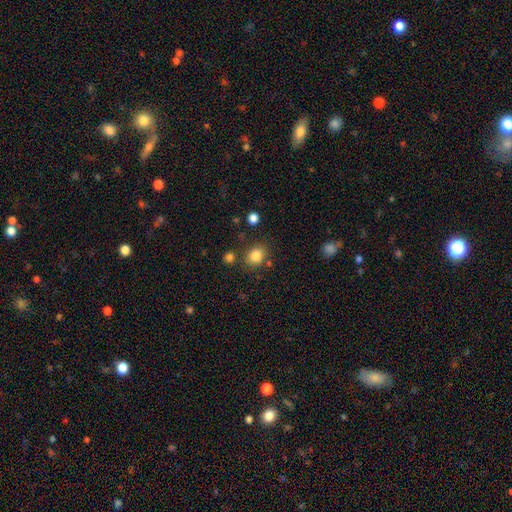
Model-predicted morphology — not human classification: type=smooth (83%); roundness=round (54%); merging=none (75%).